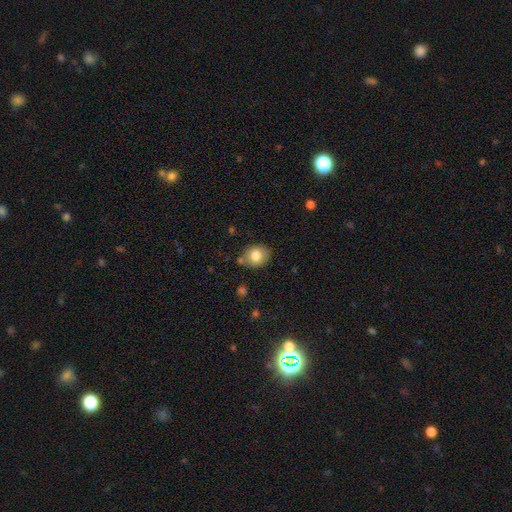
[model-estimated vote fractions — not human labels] Smooth or featured? Predicted: smooth (p=0.79). How rounded? Predicted: round (p=0.52). Merging? Predicted: none (p=0.74).